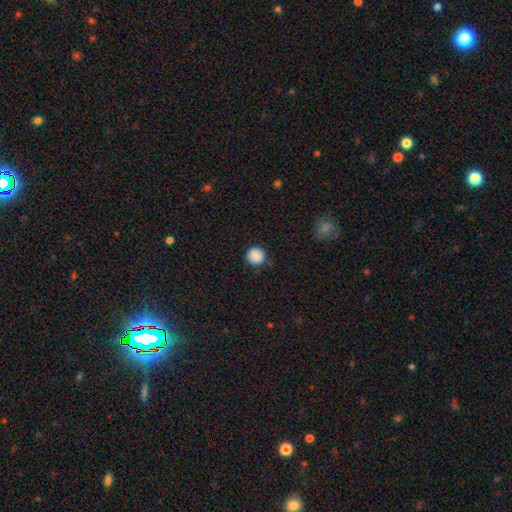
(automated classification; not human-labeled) Smooth or featured?
  - smooth: 88% *
  - star or artifact: 9%
  - featured or disk: 2%
How rounded?
  - round: 92% *
  - in between: 7%
  - cigar-shaped: 1%
Merging?
  - none: 86% *
  - minor disturbance: 10%
  - major disturbance: 3%
  - merger: 1%